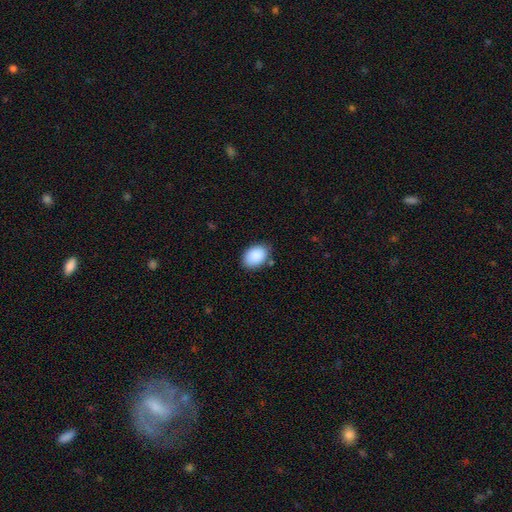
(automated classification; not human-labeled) Smooth or featured? Predicted: smooth (p=0.90). How rounded? Predicted: in between (p=0.79). Merging? Predicted: none (p=0.80).